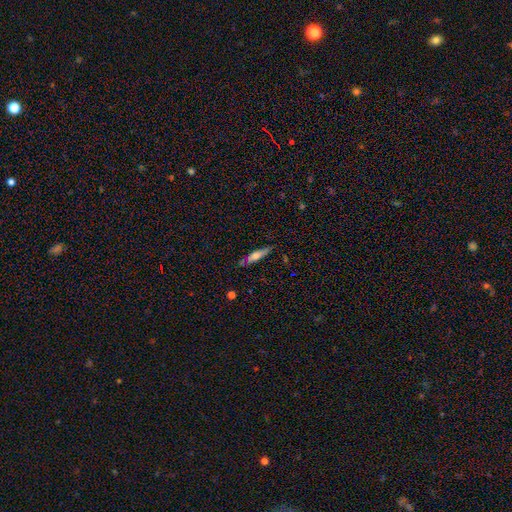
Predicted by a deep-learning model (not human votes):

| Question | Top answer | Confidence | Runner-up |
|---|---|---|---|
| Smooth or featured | smooth | 54% | featured or disk (39%) |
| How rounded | cigar-shaped | 76% | in between (22%) |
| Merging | none | 73% | minor disturbance (19%) |